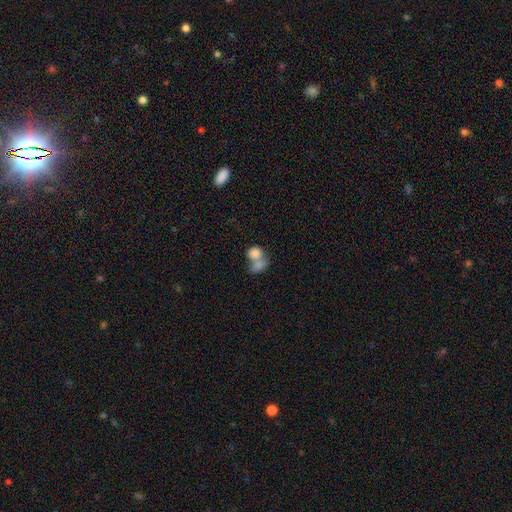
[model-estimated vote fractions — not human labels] Smooth or featured? Predicted: smooth (p=0.80). How rounded? Predicted: round (p=0.50). Merging? Predicted: merger (p=0.67).